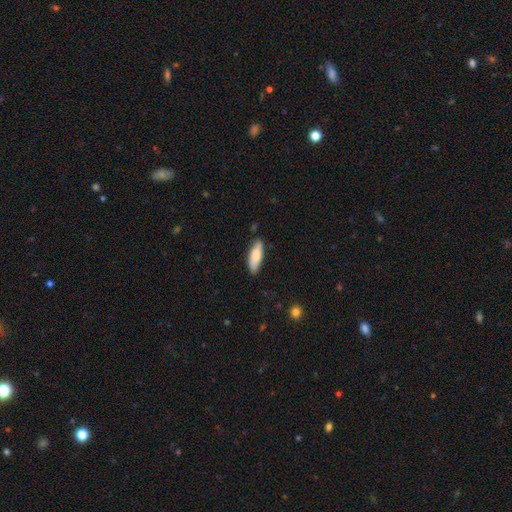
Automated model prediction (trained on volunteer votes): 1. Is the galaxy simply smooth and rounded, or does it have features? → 81% smooth, 13% featured or disk, 6% star or artifact.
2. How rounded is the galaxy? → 59% in between, 39% cigar-shaped, 2% round.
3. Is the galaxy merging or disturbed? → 78% none, 17% minor disturbance, 3% major disturbance, 2% merger.